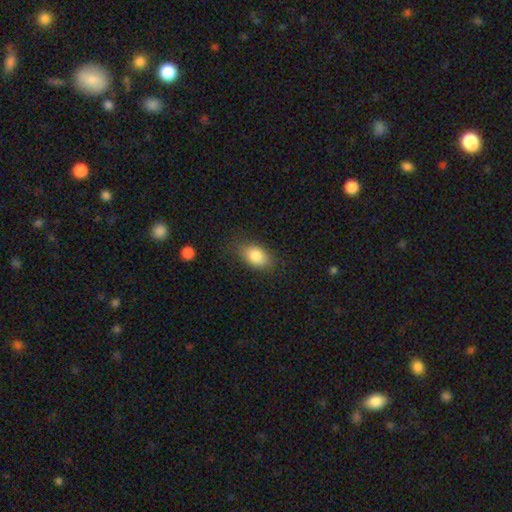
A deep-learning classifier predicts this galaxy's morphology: smooth_or_featured: smooth (p=0.84) [alt: featured or disk p=0.08]
how_rounded: in between (p=0.85) [alt: round p=0.13]
merging: none (p=0.78) [alt: minor disturbance p=0.16]